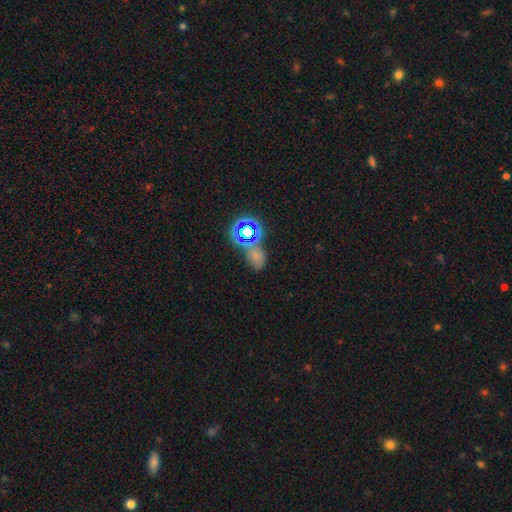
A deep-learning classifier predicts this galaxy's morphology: Smooth or featured?
  - smooth: 52% *
  - star or artifact: 39%
  - featured or disk: 9%
How rounded?
  - in between: 68% *
  - round: 30%
  - cigar-shaped: 2%
Merging?
  - none: 48% *
  - merger: 26%
  - minor disturbance: 17%
  - major disturbance: 10%